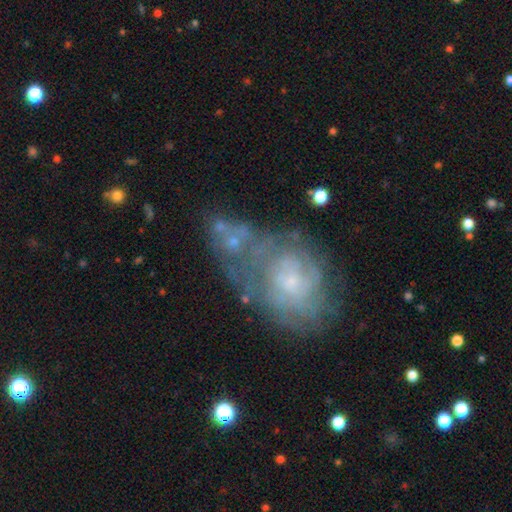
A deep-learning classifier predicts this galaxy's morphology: Smooth or featured?
  - featured or disk: 60% *
  - smooth: 24%
  - star or artifact: 15%
Edge-on disk?
  - no: 95% *
  - yes: 5%
Bar?
  - no: 69% *
  - weak: 26%
  - strong: 5%
Spiral arms?
  - yes: 74% *
  - no: 26%
Bulge size?
  - small: 66% *
  - moderate: 24%
  - none: 7%
  - large: 3%
  - dominant: 1%
Merging?
  - none: 38% *
  - merger: 29%
  - minor disturbance: 19%
  - major disturbance: 14%